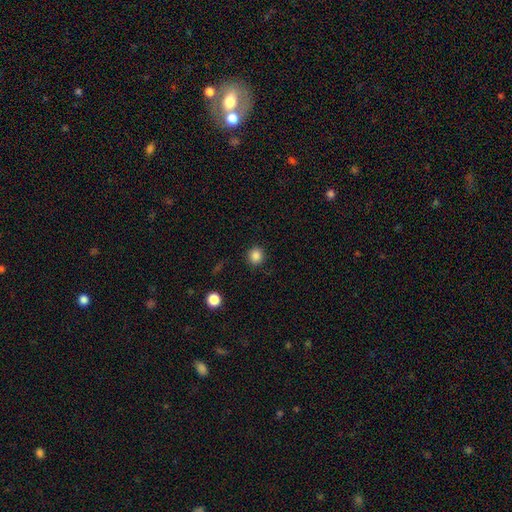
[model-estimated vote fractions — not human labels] This appears to be a smooth galaxy with no disk features (85%) that is round (89%). Merging: none (90%).